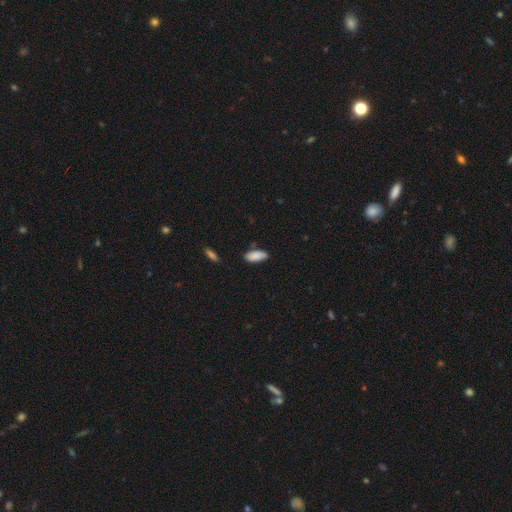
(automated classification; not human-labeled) The model was most divided on "merging": none: 76%, minor disturbance: 19%, major disturbance: 3%, merger: 3%. More confident: smooth or featured — smooth (87%); how rounded — in between (86%).